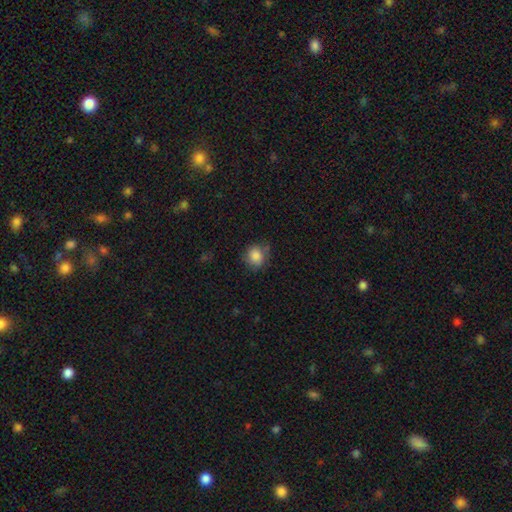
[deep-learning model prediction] A smooth galaxy with no disk features (83%) that is round (79%).

Vote fractions:
- Smooth or featured? smooth: 83% / star or artifact: 9% / featured or disk: 8%
- How rounded? round: 79% / in between: 20% / cigar-shaped: 1%
- Merging? none: 66% / minor disturbance: 25% / major disturbance: 7% / merger: 2%